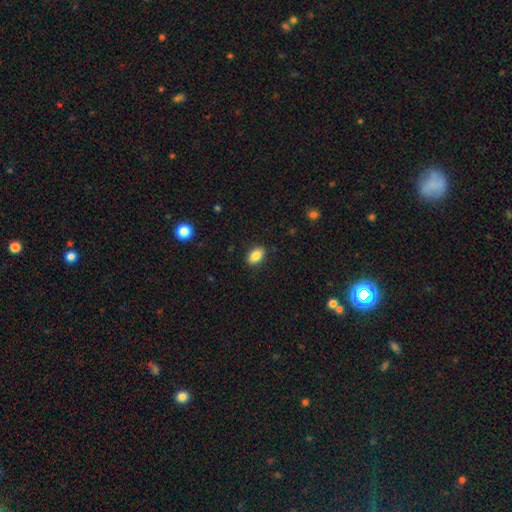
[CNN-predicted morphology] smooth_or_featured: smooth (p=0.85) [alt: star or artifact p=0.08]
how_rounded: in between (p=0.89) [alt: round p=0.08]
merging: none (p=0.88) [alt: minor disturbance p=0.09]